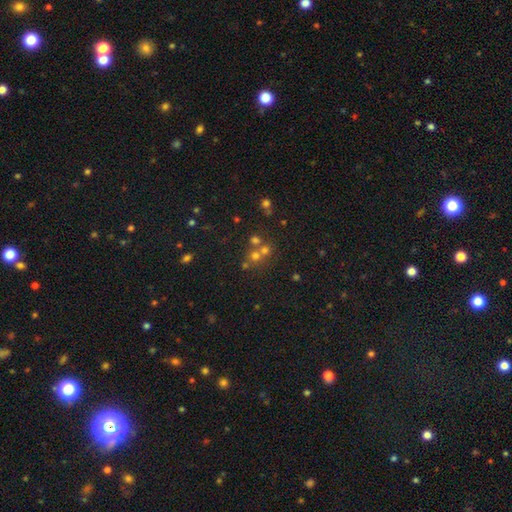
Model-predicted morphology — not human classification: Q: Smooth or featured?
A: smooth (55%); runner-up: star or artifact (28%)
Q: How rounded?
A: round (84%); runner-up: in between (14%)
Q: Merging?
A: none (48%); runner-up: merger (42%)